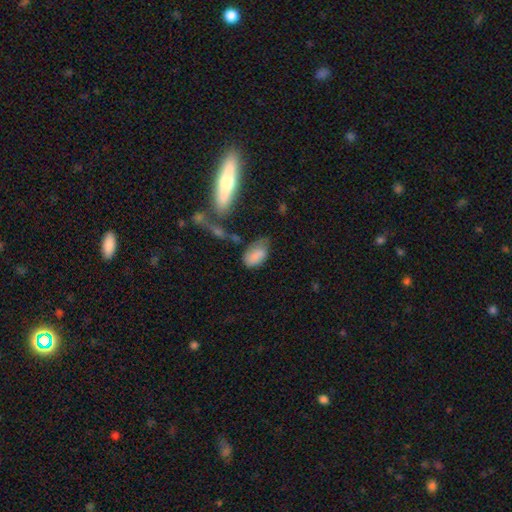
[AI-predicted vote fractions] smooth_or_featured: smooth (p=0.81) [alt: featured or disk p=0.11]
how_rounded: in between (p=0.93) [alt: round p=0.05]
merging: none (p=0.45) [alt: minor disturbance p=0.34]